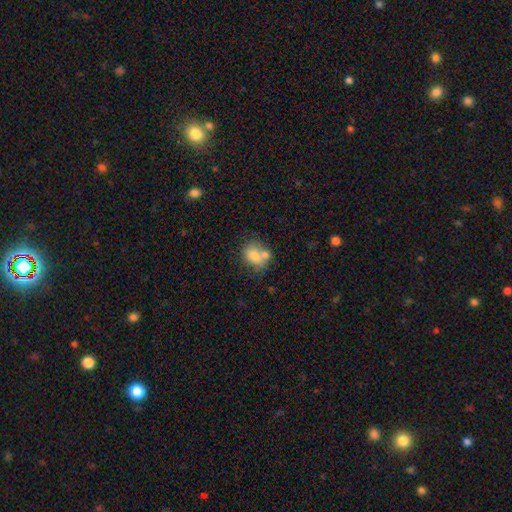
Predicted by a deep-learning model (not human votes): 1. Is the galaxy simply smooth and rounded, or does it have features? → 75% smooth, 16% featured or disk, 9% star or artifact.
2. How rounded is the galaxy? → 50% in between, 48% round, 1% cigar-shaped.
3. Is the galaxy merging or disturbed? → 43% none, 35% merger, 16% minor disturbance, 6% major disturbance.